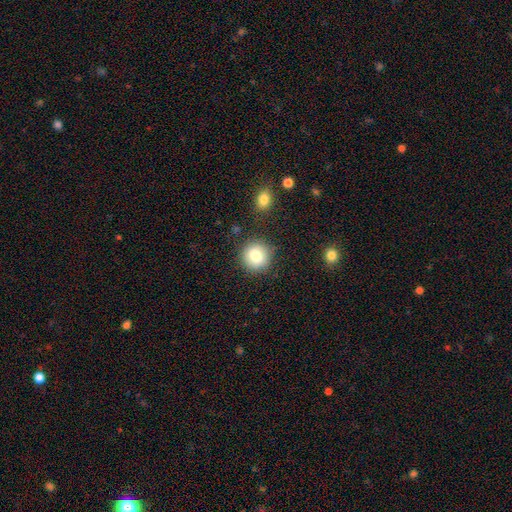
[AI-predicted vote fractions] Smooth or featured: smooth — 80% (featured or disk — 10%)
How rounded: round — 92% (in between — 7%)
Merging: none — 85% (minor disturbance — 9%)